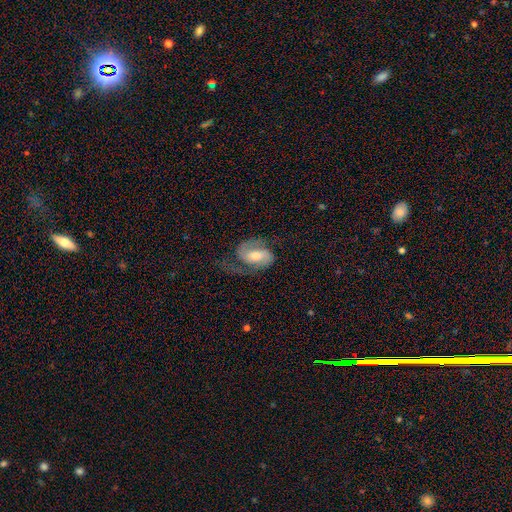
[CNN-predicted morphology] Overall: featured or disk (80%). Edge-on disk: no (97%). Bar: weak (43%; no 33%). Spiral arms: yes (94%). Spiral arm count: 2 (81%). Spiral winding: medium (45%; loose 35%). Bulge size: moderate (64%; small 27%). Merging: none (56%; major disturbance 24%).